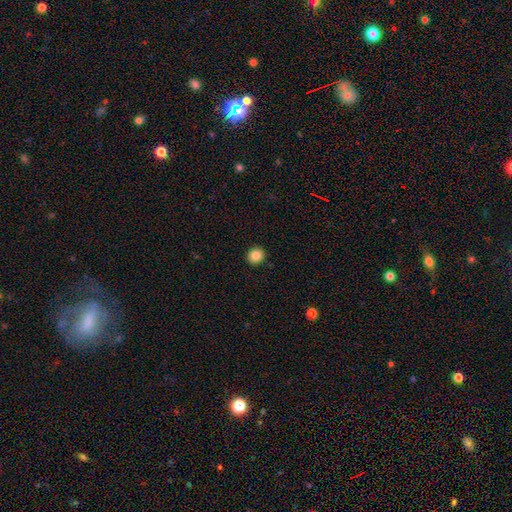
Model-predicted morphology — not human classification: A smooth galaxy with no disk features (85%) that is round (89%). Merging: none (93%).